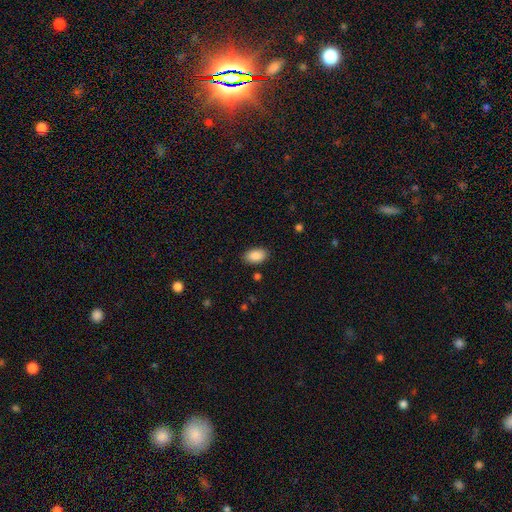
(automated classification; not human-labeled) Overall: smooth (89%). How rounded: in between (93%). Merging: none (87%).